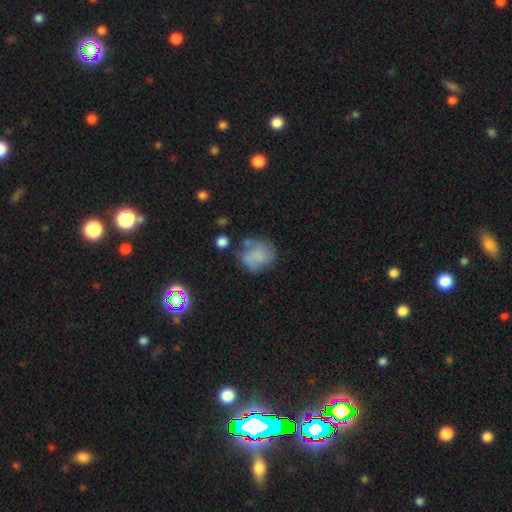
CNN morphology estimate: This appears to be a smooth galaxy with no disk features (56%) that is round (73%). Merging: none (53%).